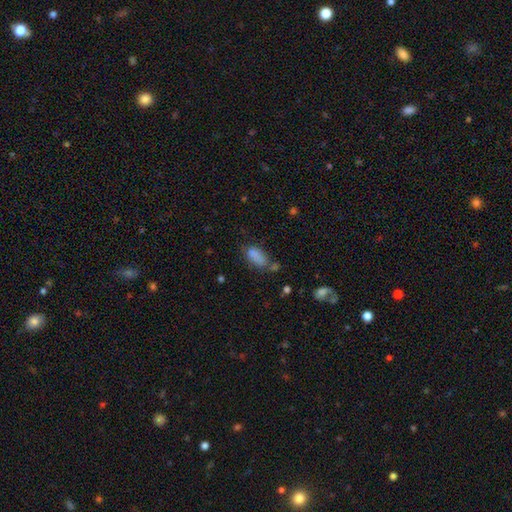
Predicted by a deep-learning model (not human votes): Smooth or featured: smooth — 81% (star or artifact — 11%)
How rounded: in between — 86% (cigar-shaped — 10%)
Merging: none — 45% (minor disturbance — 26%)